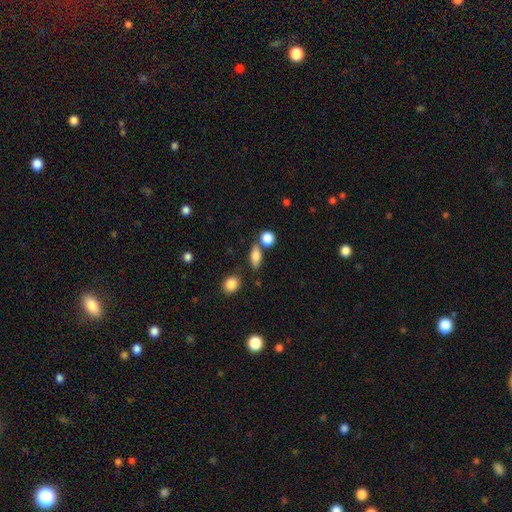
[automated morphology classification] Smooth or featured? smooth (77%)
How rounded? in between (70%)
Merging? none (69%)